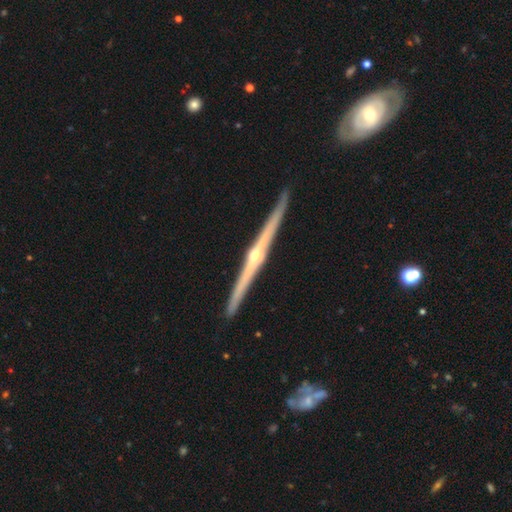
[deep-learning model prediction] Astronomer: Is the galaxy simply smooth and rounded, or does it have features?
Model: featured or disk — 87%.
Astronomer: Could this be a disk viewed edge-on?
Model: yes — 99%.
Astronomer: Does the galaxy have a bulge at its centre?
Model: rounded — 85%.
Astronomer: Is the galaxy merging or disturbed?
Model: none — 91%.